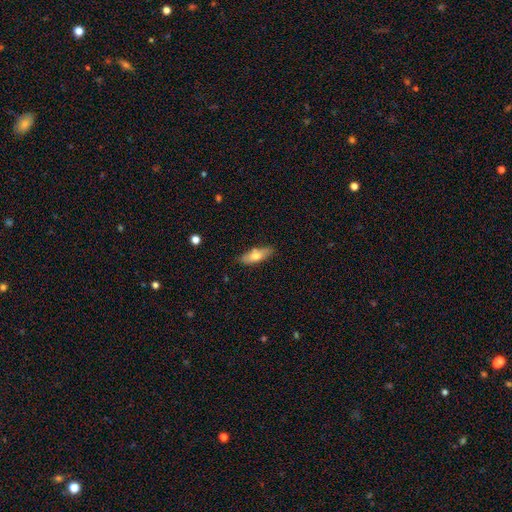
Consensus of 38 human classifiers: A smooth galaxy with no disk features (66%) that is in between round and cigar-shaped (68%). Merging: none (70%).